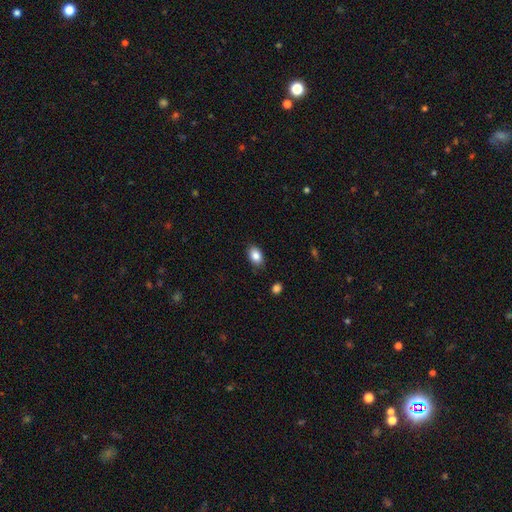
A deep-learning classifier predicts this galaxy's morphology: smooth 86%, star or artifact 8%, featured or disk 6%. Down the decision tree: how rounded — in between (85%); merging — none (85%).